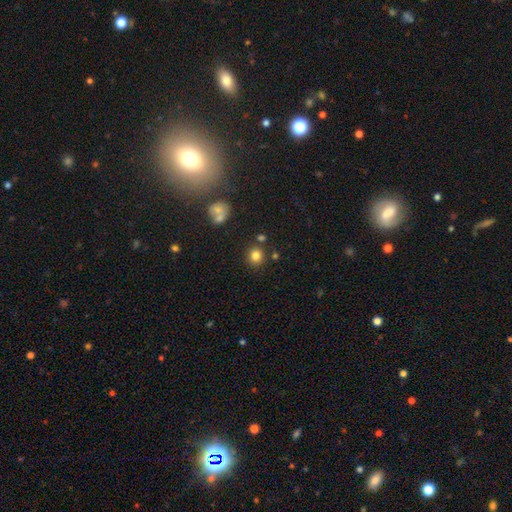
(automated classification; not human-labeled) The model was most divided on "smooth or featured": smooth: 81%, star or artifact: 12%, featured or disk: 7%. More confident: how rounded — round (88%); merging — none (83%).